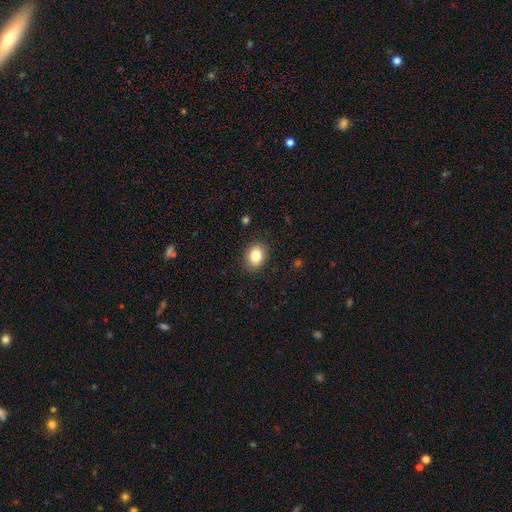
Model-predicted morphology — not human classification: A smooth galaxy with no disk features (83%) that is in between round and cigar-shaped (63%).

Vote fractions:
- Smooth or featured? smooth: 83% / star or artifact: 9% / featured or disk: 8%
- How rounded? in between: 63% / round: 36% / cigar-shaped: 1%
- Merging? none: 88% / minor disturbance: 9% / major disturbance: 2% / merger: 1%